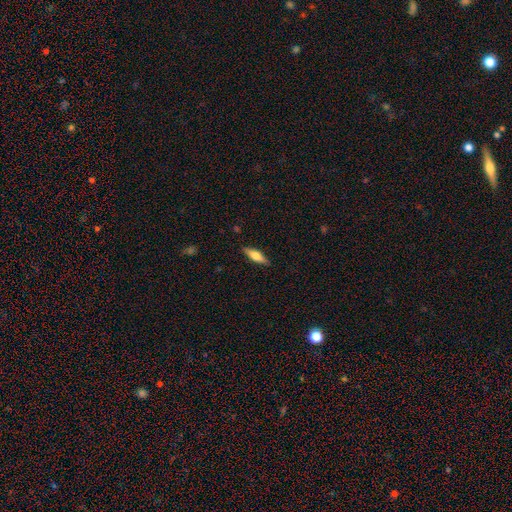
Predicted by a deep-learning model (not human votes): The model was most divided on "how rounded": cigar-shaped: 57%, in between: 41%, round: 2%. More confident: merging — none (88%); smooth or featured — smooth (58%).